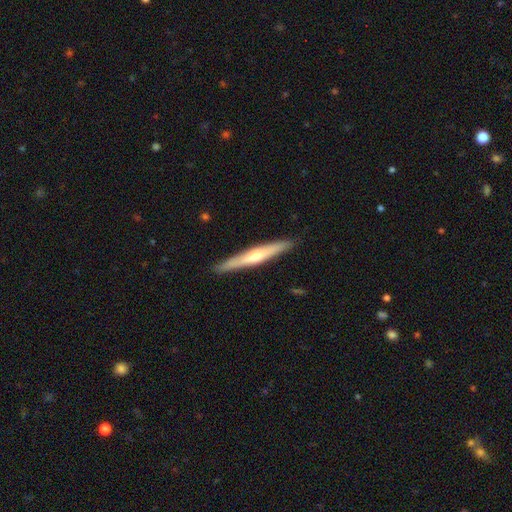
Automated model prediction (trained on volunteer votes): Smooth or featured? Predicted: featured or disk (p=0.63). Edge-on disk? Predicted: yes (p=0.96). Edge-on bulge? Predicted: rounded (p=0.78). Merging? Predicted: none (p=0.91).